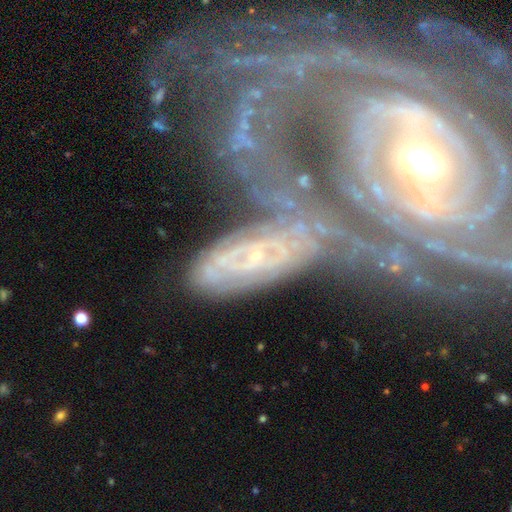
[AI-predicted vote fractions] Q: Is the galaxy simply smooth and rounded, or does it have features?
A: featured or disk — 82%.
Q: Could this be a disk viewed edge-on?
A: no — 93%.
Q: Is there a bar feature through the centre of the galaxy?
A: no — 48%.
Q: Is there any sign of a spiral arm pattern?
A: yes — 91%.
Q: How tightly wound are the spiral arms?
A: tight — 75%.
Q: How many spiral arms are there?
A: can't tell — 46%.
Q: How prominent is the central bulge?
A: small — 66%.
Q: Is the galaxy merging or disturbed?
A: merger — 38%.